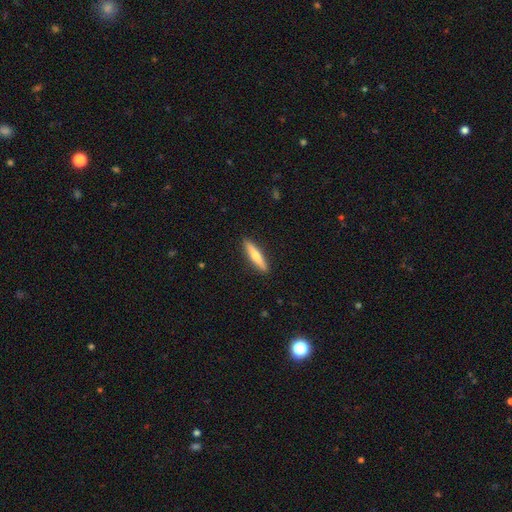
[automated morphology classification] This appears to be a smooth galaxy with no disk features (54%) that is cigar-shaped (88%). Merging: none (91%).